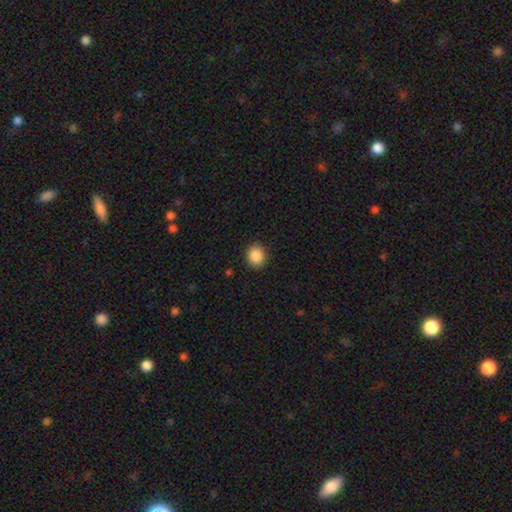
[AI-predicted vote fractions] smooth_or_featured: smooth (p=0.88) [alt: star or artifact p=0.09]
how_rounded: round (p=0.84) [alt: in between p=0.15]
merging: none (p=0.91) [alt: minor disturbance p=0.06]